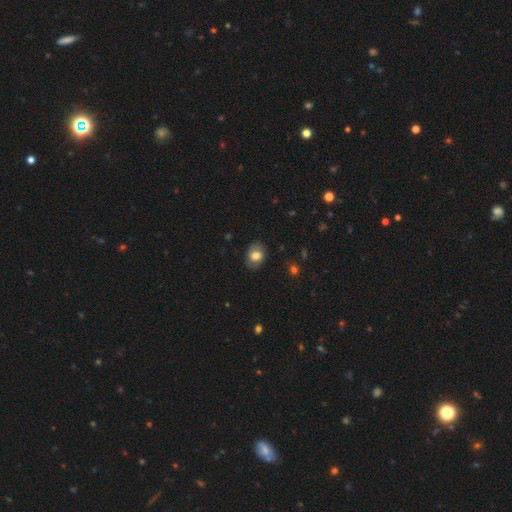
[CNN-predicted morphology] Q: Smooth or featured?
A: smooth (74%); runner-up: featured or disk (18%)
Q: How rounded?
A: in between (63%); runner-up: round (36%)
Q: Merging?
A: none (82%); runner-up: minor disturbance (14%)